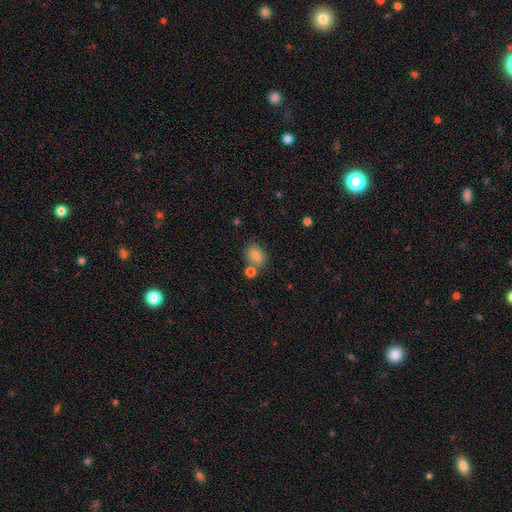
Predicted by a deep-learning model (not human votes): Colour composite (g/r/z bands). It shows a smooth galaxy with no disk features (82%) that is in between round and cigar-shaped (64%). Merging: none (61%).